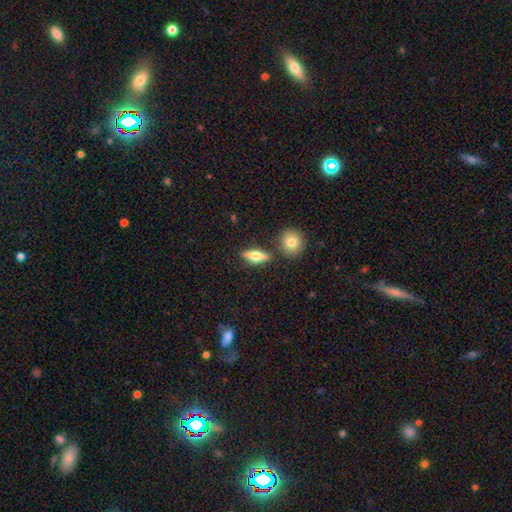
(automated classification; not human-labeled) Smooth or featured?
  - smooth: 54% *
  - featured or disk: 39%
  - star or artifact: 7%
How rounded?
  - in between: 50% *
  - cigar-shaped: 41%
  - round: 9%
Merging?
  - none: 80% *
  - minor disturbance: 10%
  - merger: 8%
  - major disturbance: 3%